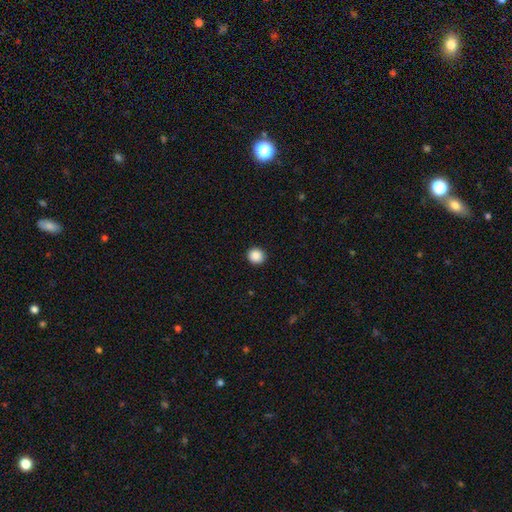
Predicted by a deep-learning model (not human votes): This is clearly a smooth galaxy (88%). How rounded: clearly round (94%). Merging: clearly none (93%).